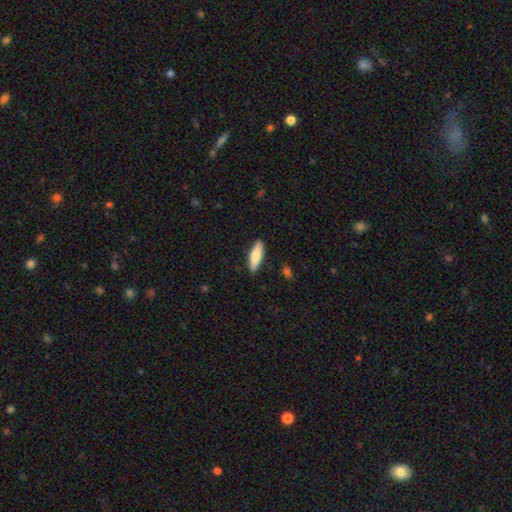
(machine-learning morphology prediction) A smooth galaxy with no disk features (78%) that is in between round and cigar-shaped (49%, tied with cigar-shaped).

Vote fractions:
- Smooth or featured? smooth: 78% / featured or disk: 17% / star or artifact: 6%
- How rounded? in between: 49% (tied) / cigar-shaped: 49% (tied) / round: 2%
- Merging? none: 88% / minor disturbance: 9% / major disturbance: 2% / merger: 1%